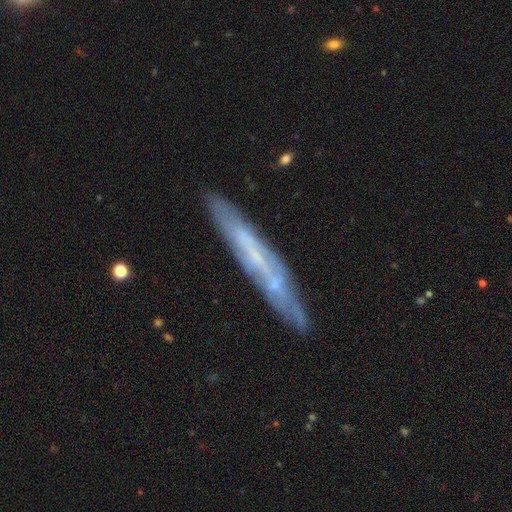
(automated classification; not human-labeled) featured or disk 64%, smooth 29%, star or artifact 8%. Down the decision tree: edge-on disk — yes (74%); merging — none (81%).